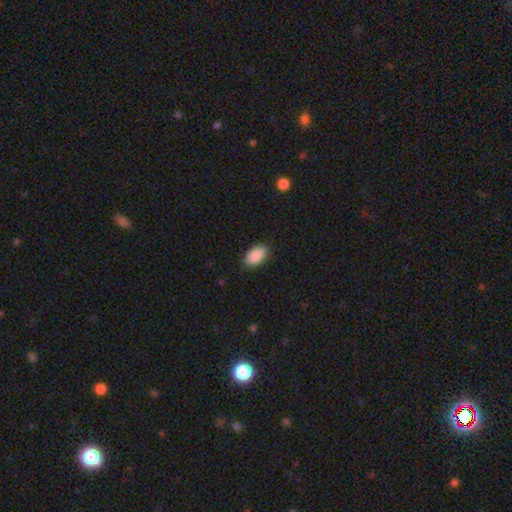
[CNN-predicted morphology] smooth 90%, star or artifact 6%, featured or disk 4%. Down the decision tree: how rounded — in between (93%); merging — none (88%).